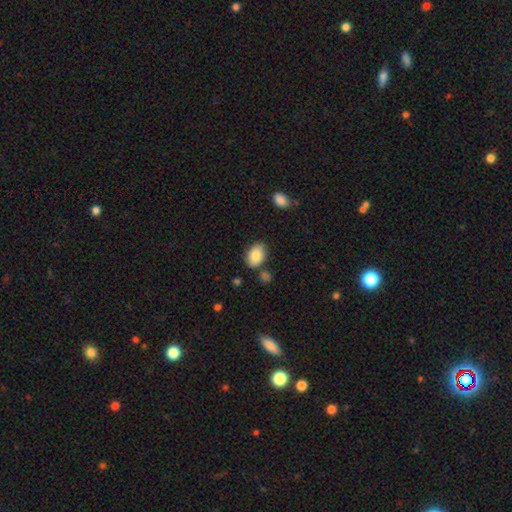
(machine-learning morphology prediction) type=smooth (85%); roundness=in between (87%); merging=none (75%).